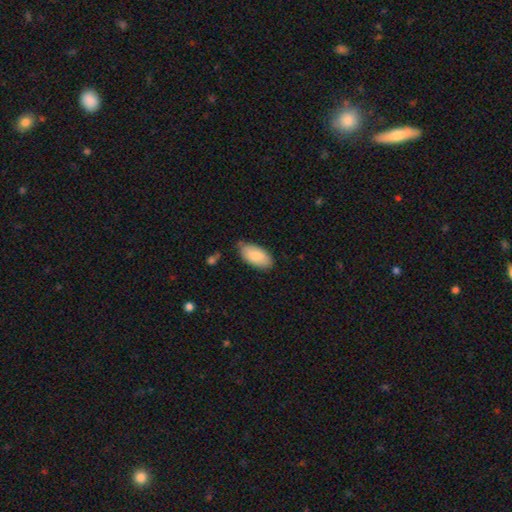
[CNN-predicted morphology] A smooth galaxy with no disk features (84%) that is in between round and cigar-shaped (95%).

Vote fractions:
- Smooth or featured? smooth: 84% / featured or disk: 11% / star or artifact: 6%
- How rounded? in between: 95% / cigar-shaped: 3% / round: 2%
- Merging? none: 75% / minor disturbance: 19% / major disturbance: 3% / merger: 2%